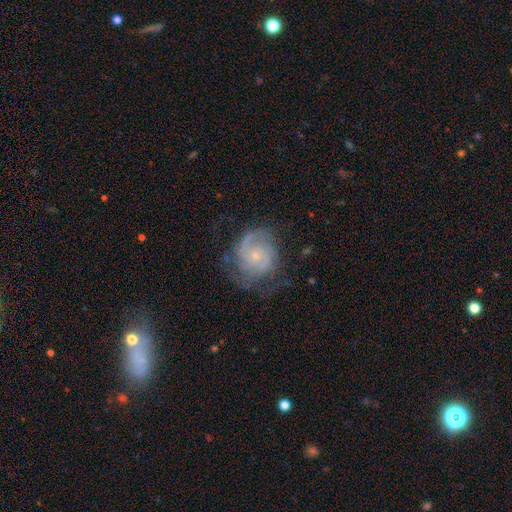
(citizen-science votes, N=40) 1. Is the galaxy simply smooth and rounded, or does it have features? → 85% featured or disk, 12% star or artifact, 2% smooth.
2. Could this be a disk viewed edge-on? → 100% no, 0% yes.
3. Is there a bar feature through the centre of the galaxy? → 53% no, 44% weak, 3% strong.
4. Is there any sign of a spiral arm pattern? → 97% yes, 3% no.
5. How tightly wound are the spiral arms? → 48% medium, 30% tight, 21% loose.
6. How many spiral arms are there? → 30% 4 (tied), 30% can't tell (tied), 18% 3, 15% 2, 6% 1, 0% more than 4.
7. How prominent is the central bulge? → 79% small, 18% moderate, 3% none, 0% dominant, 0% large.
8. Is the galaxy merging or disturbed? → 63% none, 20% minor disturbance, 17% major disturbance, 0% merger.